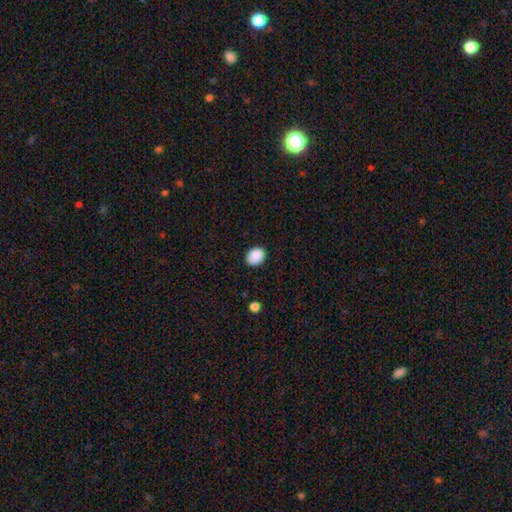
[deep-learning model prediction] Overall: smooth (89%). How rounded: in between (50%; round 49%). Merging: none (87%).